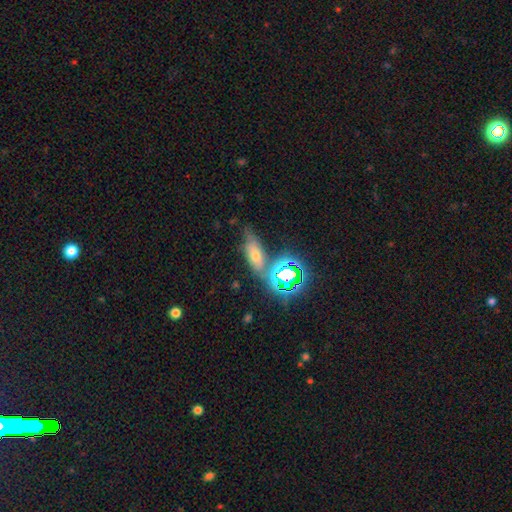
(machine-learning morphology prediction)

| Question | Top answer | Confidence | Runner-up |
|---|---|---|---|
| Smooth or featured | smooth | 47% | star or artifact (33%) |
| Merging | none | 60% | minor disturbance (19%) |